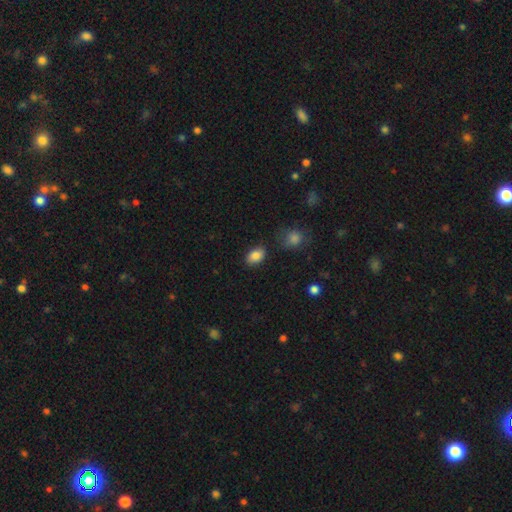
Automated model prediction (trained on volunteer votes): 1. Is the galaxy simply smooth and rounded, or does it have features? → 86% smooth, 8% star or artifact, 6% featured or disk.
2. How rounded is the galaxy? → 85% in between, 13% round, 1% cigar-shaped.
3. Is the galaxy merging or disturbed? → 82% none, 12% minor disturbance, 3% merger, 3% major disturbance.